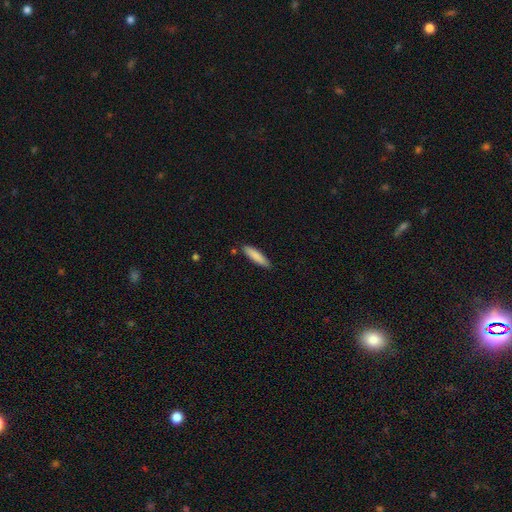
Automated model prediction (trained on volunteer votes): smooth-or-featured: smooth: 85% | featured or disk: 10% | star or artifact: 6%
  how-rounded: cigar-shaped: 79% | in between: 20% | round: 1%
  merging: none: 86% | minor disturbance: 10% | merger: 2% | major disturbance: 2%